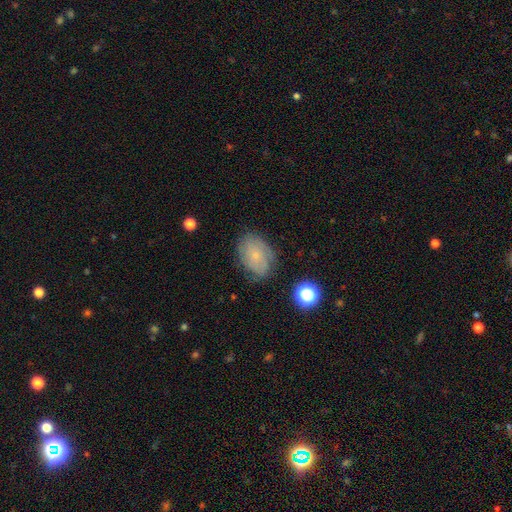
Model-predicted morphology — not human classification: A featured or disk galaxy (48%).

Vote fractions:
- Smooth or featured? featured or disk: 48% / smooth: 42% / star or artifact: 10%
- Merging? none: 71% / minor disturbance: 21% / major disturbance: 7% / merger: 2%